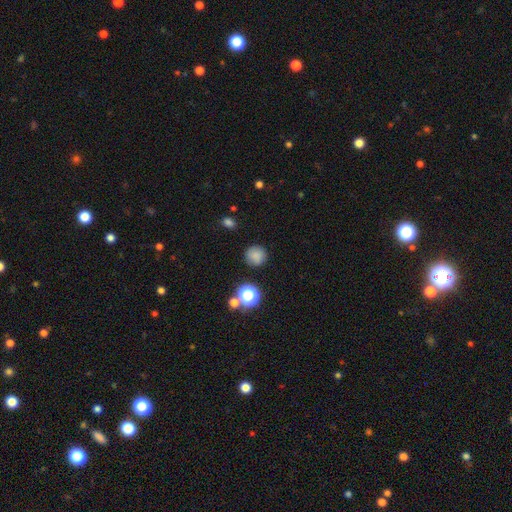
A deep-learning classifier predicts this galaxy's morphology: Smooth or featured: smooth — 80% (star or artifact — 14%)
How rounded: round — 93% (in between — 6%)
Merging: none — 85% (minor disturbance — 9%)